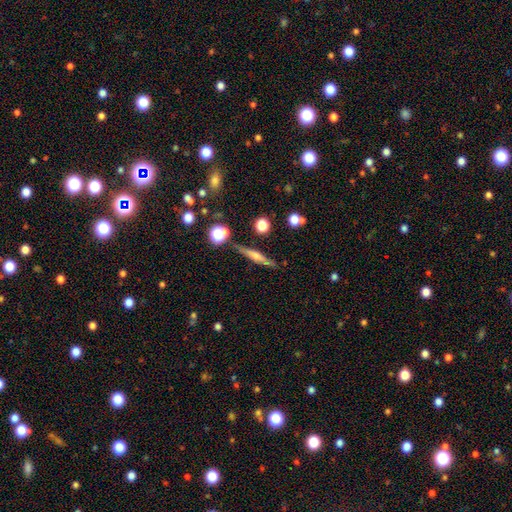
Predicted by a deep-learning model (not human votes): Q: Smooth or featured?
A: featured or disk (57%); runner-up: smooth (34%)
Q: Edge-on disk?
A: yes (96%); runner-up: no (4%)
Q: Edge-on bulge?
A: rounded (71%); runner-up: none (16%)
Q: Merging?
A: none (84%); runner-up: minor disturbance (10%)